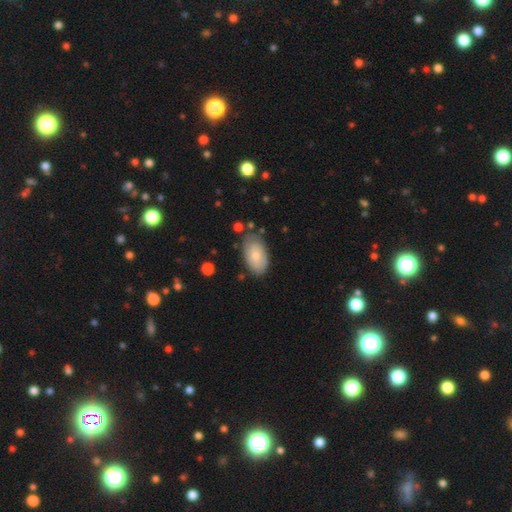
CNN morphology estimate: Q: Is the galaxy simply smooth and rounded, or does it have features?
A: smooth — 76%.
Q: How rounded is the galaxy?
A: in between — 95%.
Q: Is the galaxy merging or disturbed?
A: none — 75%.